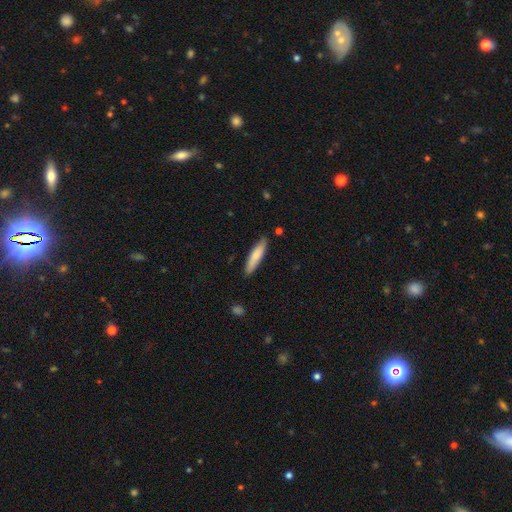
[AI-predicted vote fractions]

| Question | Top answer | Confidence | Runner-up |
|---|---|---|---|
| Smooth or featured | smooth | 78% | featured or disk (17%) |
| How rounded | cigar-shaped | 81% | in between (17%) |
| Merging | none | 85% | minor disturbance (12%) |